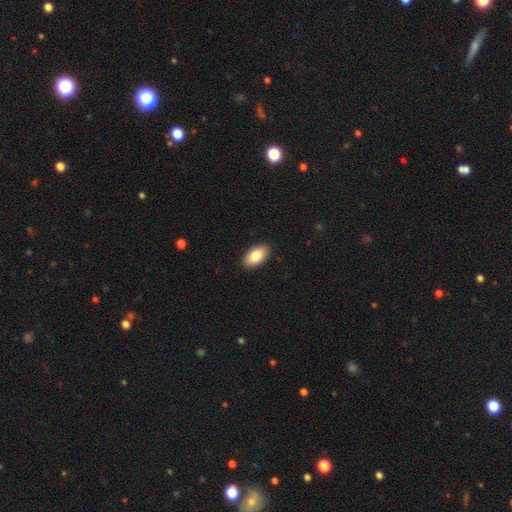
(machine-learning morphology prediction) This is clearly a smooth galaxy (84%). How rounded: clearly in between (94%). Merging: clearly none (90%).